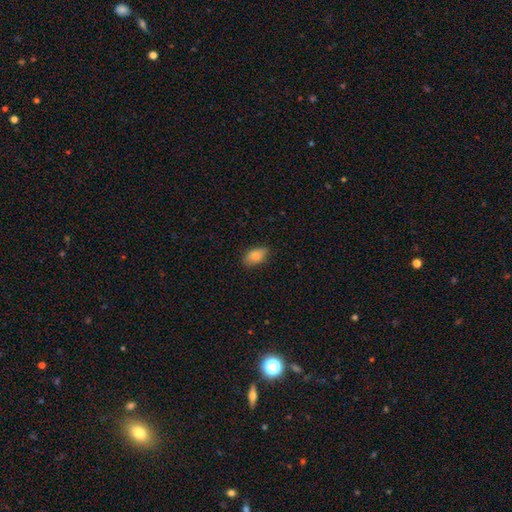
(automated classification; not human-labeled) smooth_or_featured: smooth (p=0.85) [alt: featured or disk p=0.08]
how_rounded: in between (p=0.90) [alt: round p=0.07]
merging: none (p=0.81) [alt: minor disturbance p=0.15]